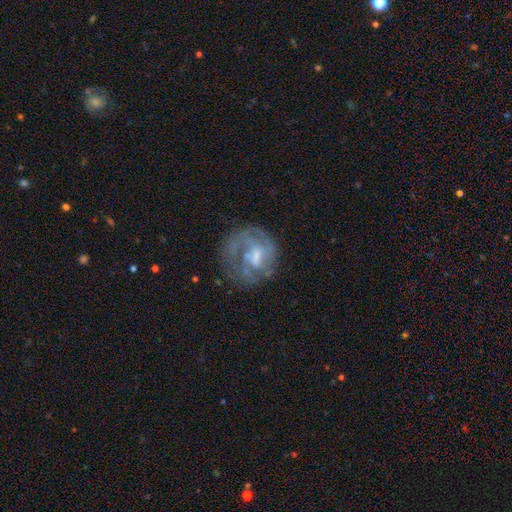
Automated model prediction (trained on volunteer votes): The model was most divided on "bar": weak: 45%, no: 44%, strong: 11%. Remaining: edge-on disk — no (98%); smooth or featured — featured or disk (68%); spiral arms — yes (67%); merging — none (55%); bulge size — moderate (37%).